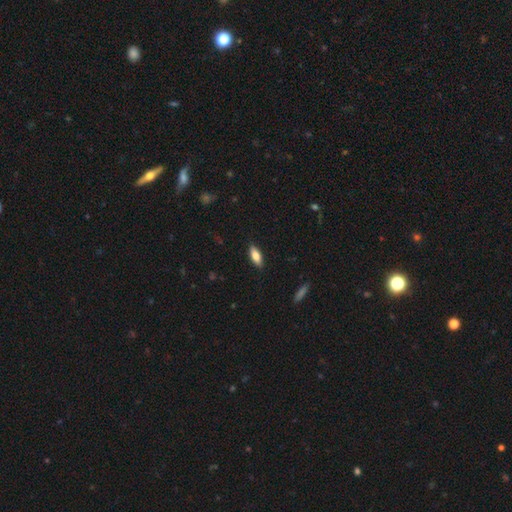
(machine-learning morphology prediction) Smooth or featured?
  - smooth: 73% *
  - featured or disk: 20%
  - star or artifact: 6%
How rounded?
  - in between: 72% *
  - cigar-shaped: 26%
  - round: 2%
Merging?
  - none: 88% *
  - minor disturbance: 9%
  - major disturbance: 2%
  - merger: 1%